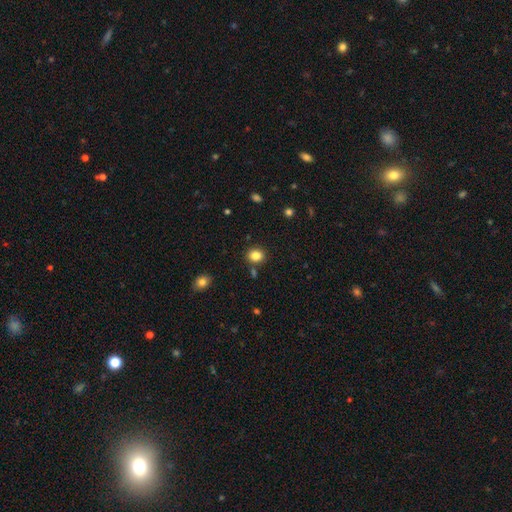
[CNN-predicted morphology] Overall: smooth (84%). How rounded: round (66%; in between 33%). Merging: none (84%).